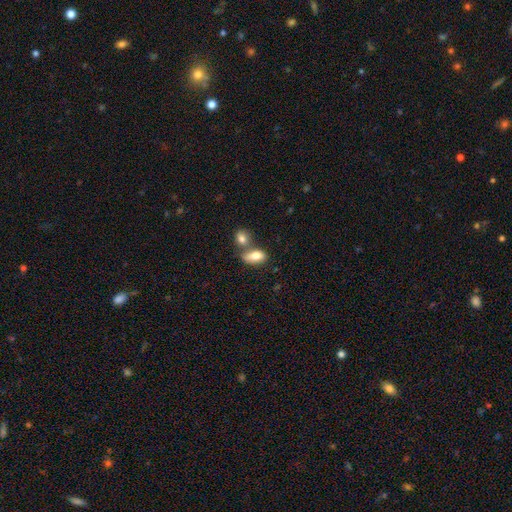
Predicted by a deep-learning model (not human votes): Morphology: type=smooth (80%); roundness=in between (88%); merging=merger (43%).